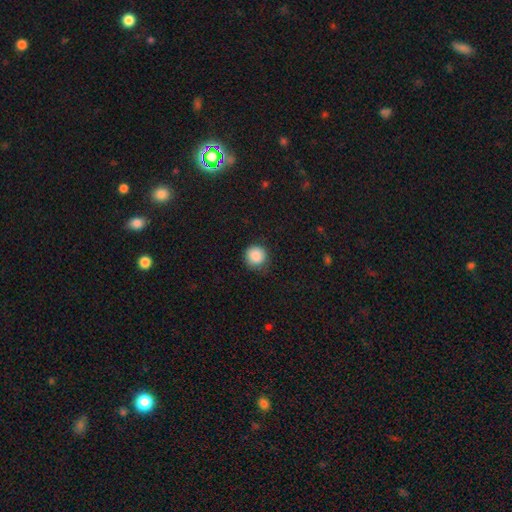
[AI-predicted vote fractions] smooth 88%, star or artifact 9%, featured or disk 3%. Down the decision tree: how rounded — round (94%); merging — none (81%).